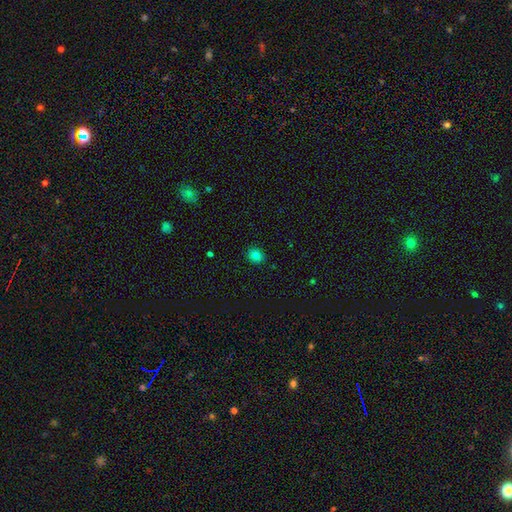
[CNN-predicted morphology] Smooth or featured? Predicted: smooth (p=0.80). How rounded? Predicted: round (p=0.72). Merging? Predicted: none (p=0.90).